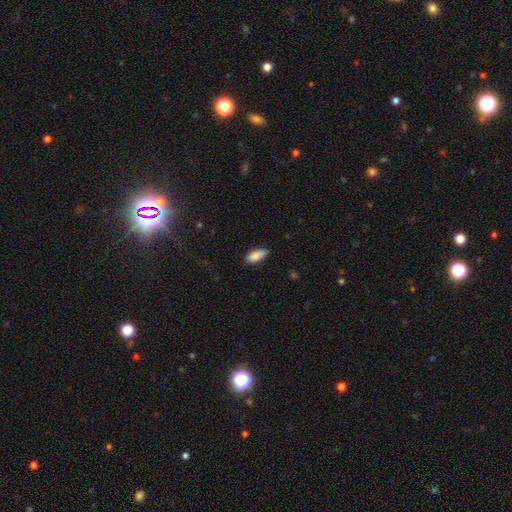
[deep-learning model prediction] smooth 86%, featured or disk 7%, star or artifact 7%. Down the decision tree: how rounded — in between (84%); merging — none (74%).